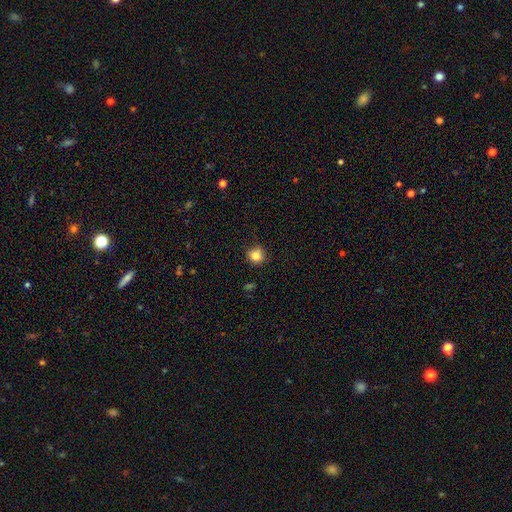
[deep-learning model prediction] Morphology: type=smooth (83%); roundness=round (89%); merging=none (86%).